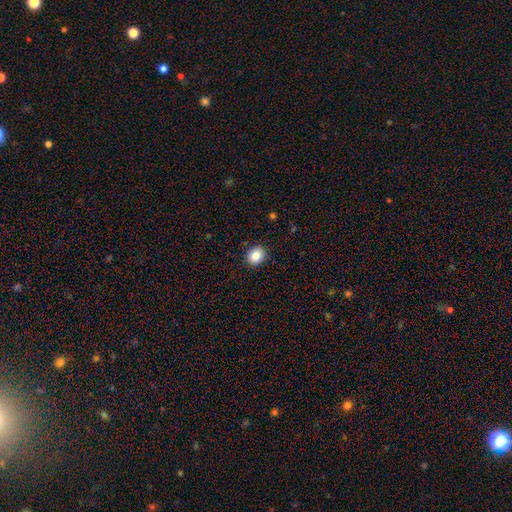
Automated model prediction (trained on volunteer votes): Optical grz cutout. It shows a smooth galaxy with no disk features (87%) that is round (56%). Merging: none (89%).